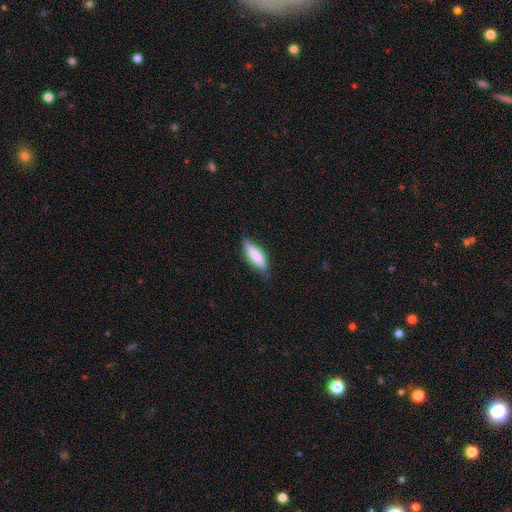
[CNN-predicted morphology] Smooth or featured?
  - smooth: 77% *
  - featured or disk: 18%
  - star or artifact: 6%
How rounded?
  - cigar-shaped: 53% *
  - in between: 46%
  - round: 2%
Merging?
  - none: 78% *
  - minor disturbance: 18%
  - major disturbance: 3%
  - merger: 1%